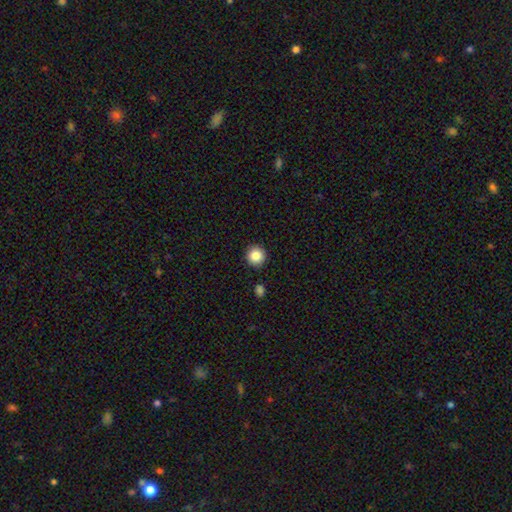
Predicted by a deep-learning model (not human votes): This appears to be a smooth galaxy with no disk features (85%) that is round (94%). Merging: none (91%).